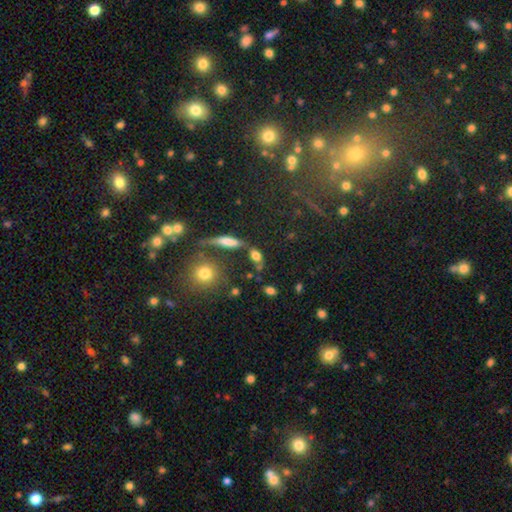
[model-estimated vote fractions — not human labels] This is likely a smooth galaxy (71%). How rounded: likely in between (70%). Merging: possibly none (55%).